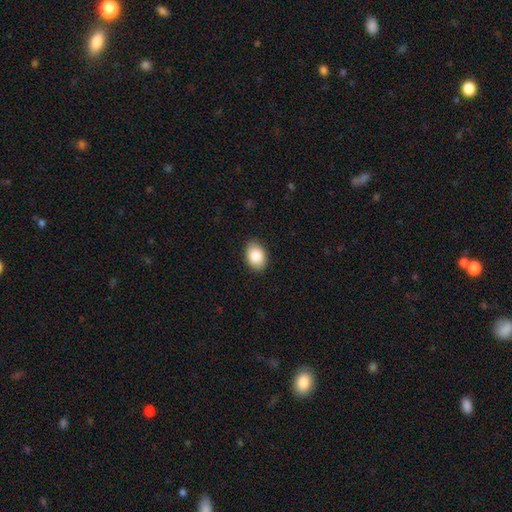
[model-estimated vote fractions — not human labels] Smooth or featured? smooth (88%)
How rounded? in between (84%)
Merging? none (88%)